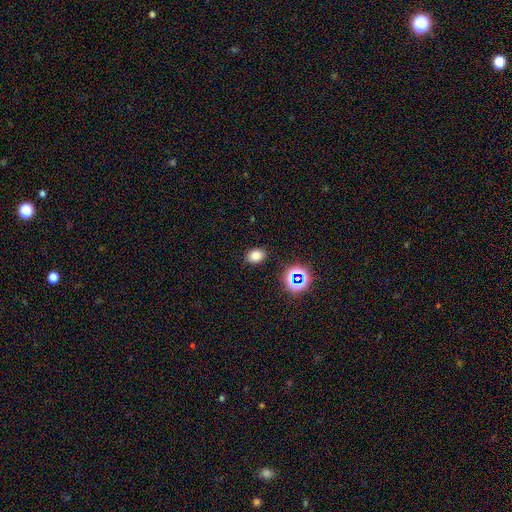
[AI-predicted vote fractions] Overall: smooth (76%). How rounded: in between (68%; round 31%). Merging: none (87%).